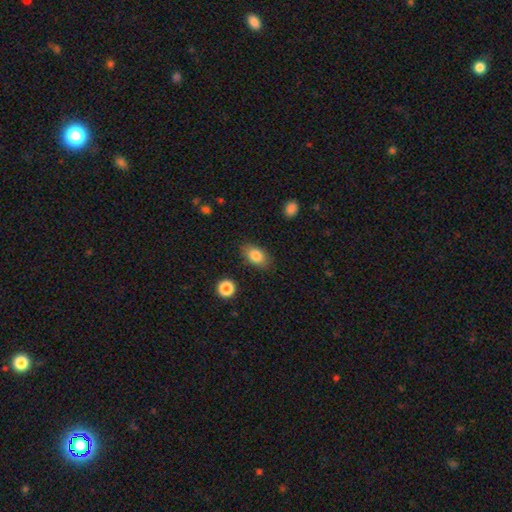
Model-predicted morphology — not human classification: Overall: smooth (83%). How rounded: in between (86%). Merging: none (83%).